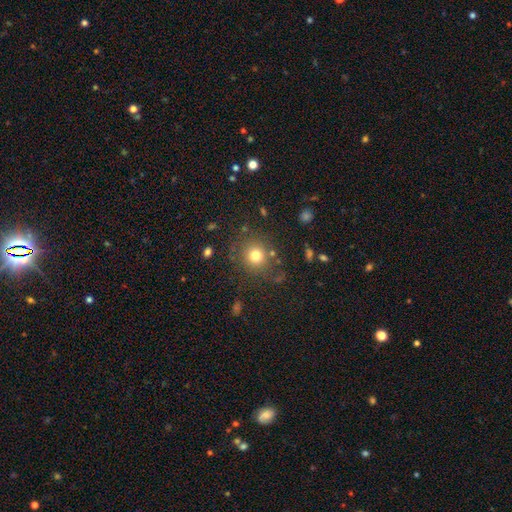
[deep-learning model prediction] smooth_or_featured: smooth (p=0.77) [alt: star or artifact p=0.15]
how_rounded: round (p=0.91) [alt: in between p=0.09]
merging: none (p=0.82) [alt: minor disturbance p=0.09]